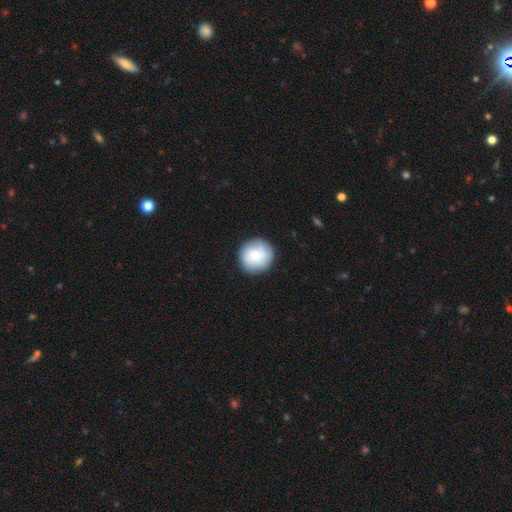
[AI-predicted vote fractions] Smooth or featured? Predicted: smooth (p=0.77). How rounded? Predicted: round (p=0.94). Merging? Predicted: none (p=0.86).